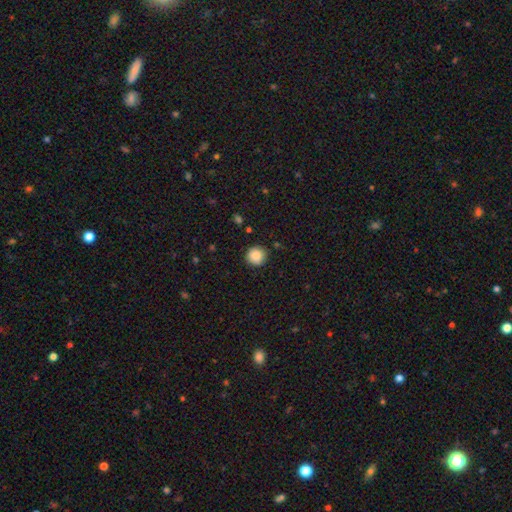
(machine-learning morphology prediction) smooth 88%, star or artifact 9%, featured or disk 3%. Down the decision tree: how rounded — round (94%); merging — none (88%).